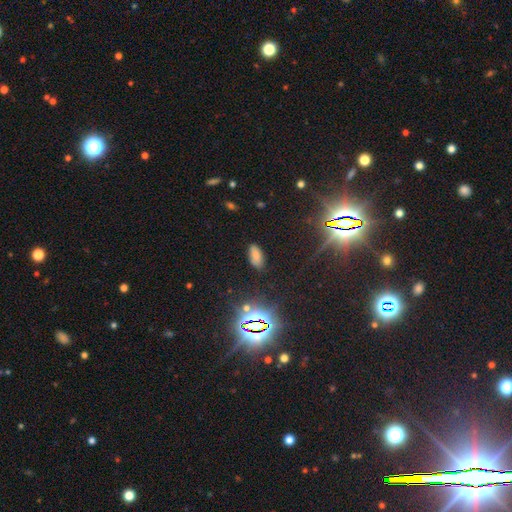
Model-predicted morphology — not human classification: smooth_or_featured: smooth (p=0.66) [alt: star or artifact p=0.24]
how_rounded: in between (p=0.91) [alt: cigar-shaped p=0.06]
merging: none (p=0.84) [alt: minor disturbance p=0.12]